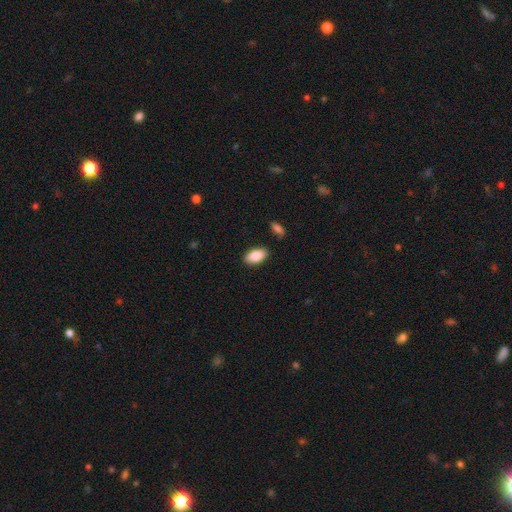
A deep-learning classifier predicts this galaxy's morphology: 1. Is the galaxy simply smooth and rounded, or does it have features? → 88% smooth, 6% star or artifact, 6% featured or disk.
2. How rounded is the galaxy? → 94% in between, 3% round, 3% cigar-shaped.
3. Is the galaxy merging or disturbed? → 86% none, 10% minor disturbance, 2% merger, 2% major disturbance.